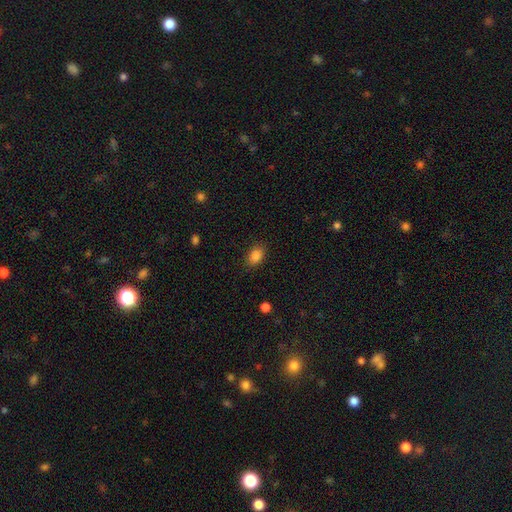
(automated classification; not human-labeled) Q: Smooth or featured?
A: smooth (86%); runner-up: star or artifact (9%)
Q: How rounded?
A: in between (83%); runner-up: round (16%)
Q: Merging?
A: none (85%); runner-up: minor disturbance (11%)